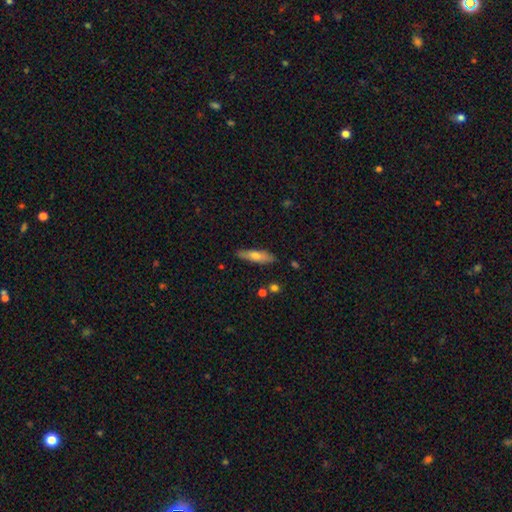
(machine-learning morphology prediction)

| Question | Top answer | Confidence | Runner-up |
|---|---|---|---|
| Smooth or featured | smooth | 65% | featured or disk (29%) |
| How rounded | cigar-shaped | 66% | in between (32%) |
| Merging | none | 84% | minor disturbance (12%) |